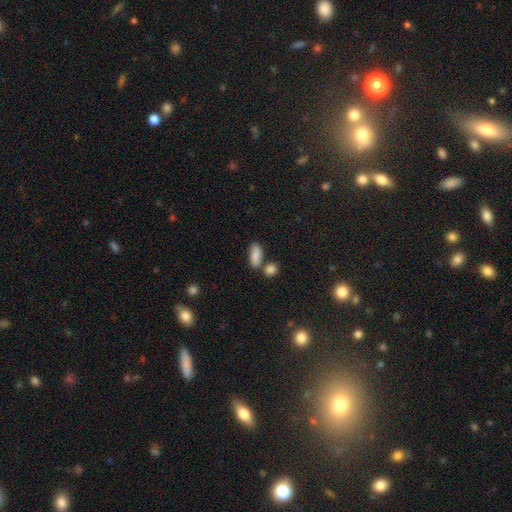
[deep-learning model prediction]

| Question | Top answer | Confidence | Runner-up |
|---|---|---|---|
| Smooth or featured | smooth | 85% | star or artifact (7%) |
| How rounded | in between | 81% | cigar-shaped (15%) |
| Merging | none | 59% | merger (24%) |